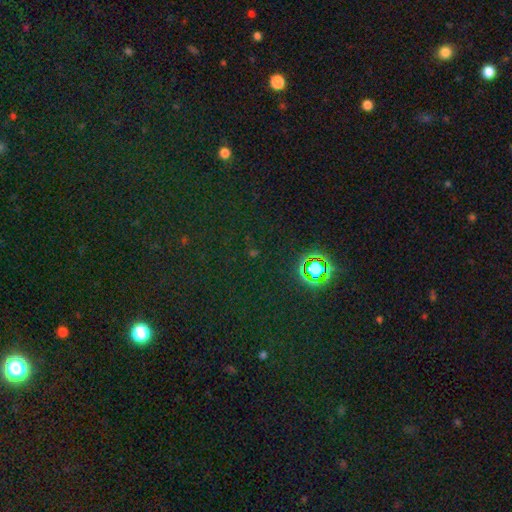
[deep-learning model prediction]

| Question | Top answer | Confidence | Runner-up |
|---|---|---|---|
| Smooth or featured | star or artifact | 73% | smooth (19%) |